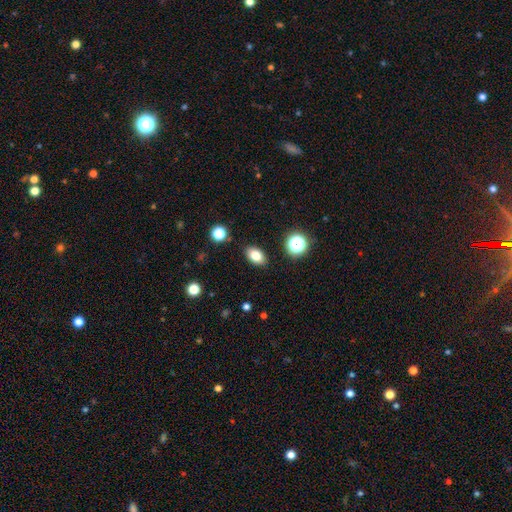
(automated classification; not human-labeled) Smooth or featured: smooth — 80% (star or artifact — 11%)
How rounded: in between — 86% (round — 12%)
Merging: none — 87% (minor disturbance — 9%)